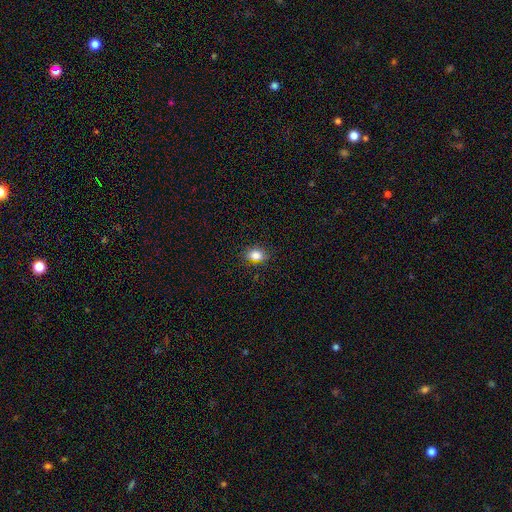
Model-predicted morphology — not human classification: The model was most divided on "how rounded": in between: 65%, round: 33%, cigar-shaped: 2%. More confident: smooth or featured — smooth (84%); merging — none (84%).